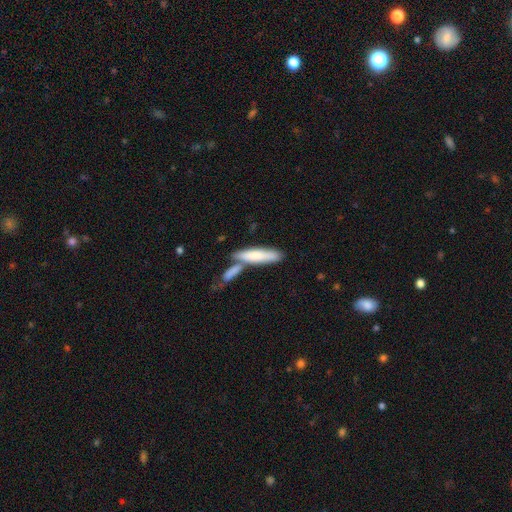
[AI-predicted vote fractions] This is likely a smooth galaxy (72%). How rounded: likely cigar-shaped (71%). Merging: possibly none (48%).